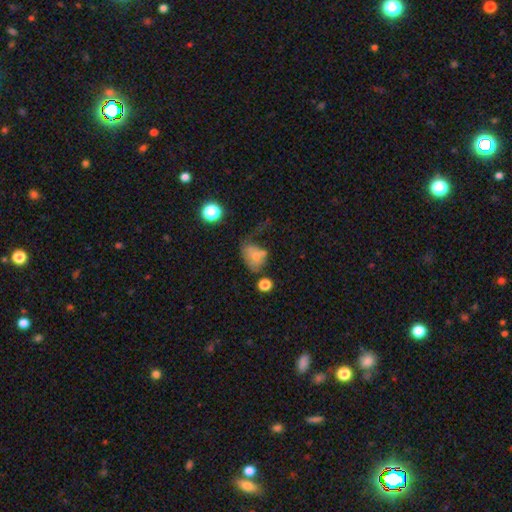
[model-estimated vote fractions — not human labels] Overall: smooth (63%; featured or disk 26%). How rounded: in between (67%; round 32%). Merging: major disturbance (31%; none 26%).